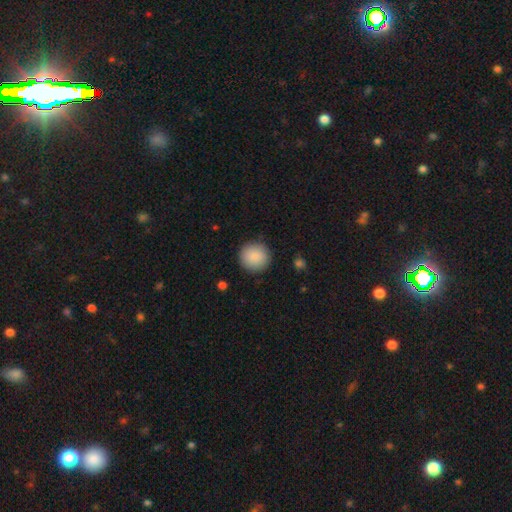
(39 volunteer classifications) Smooth or featured: smooth — 85% (star or artifact — 10%)
How rounded: round — 94% (in between — 3%)
Merging: none — 86% (minor disturbance — 9%)